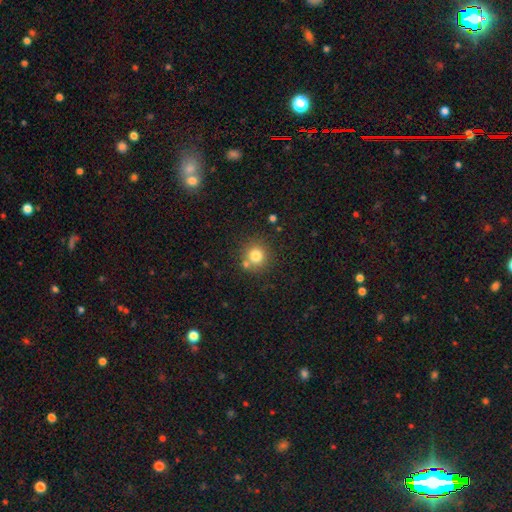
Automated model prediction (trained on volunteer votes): The model was most divided on "merging": none: 73%, merger: 14%, minor disturbance: 9%, major disturbance: 3%. More confident: how rounded — round (91%); smooth or featured — smooth (79%).